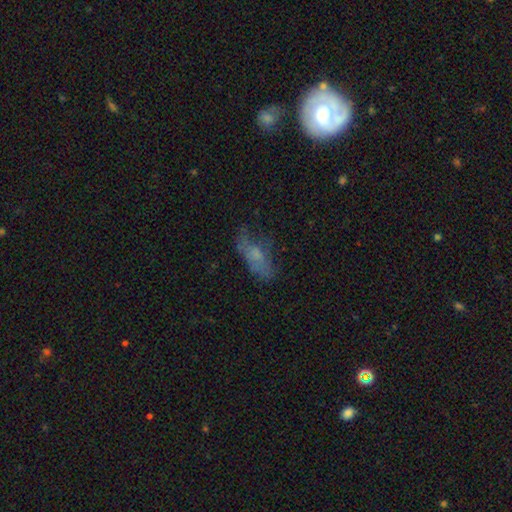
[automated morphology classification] Smooth or featured? Predicted: smooth (p=0.55). How rounded? Predicted: in between (p=0.74). Merging? Predicted: none (p=0.46).